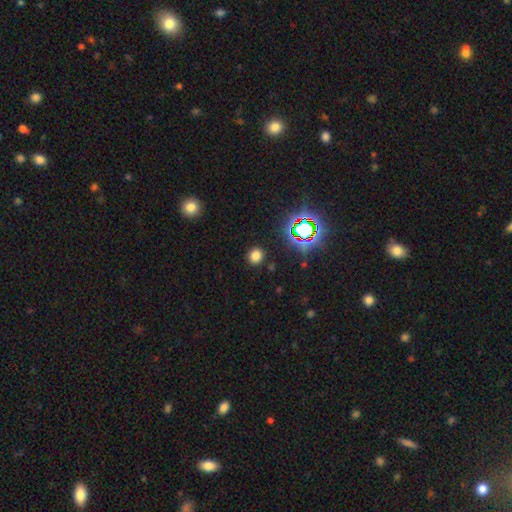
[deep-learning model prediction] This appears to be a smooth galaxy with no disk features (74%) that is round (86%). Merging: none (89%).